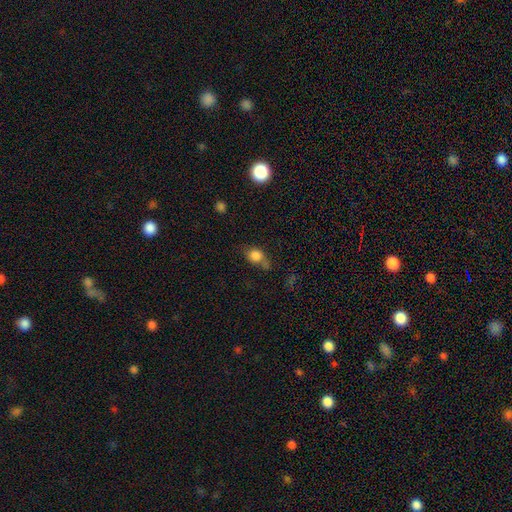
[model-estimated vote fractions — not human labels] Smooth or featured? smooth (79%)
How rounded? round (53%)
Merging? none (40%)